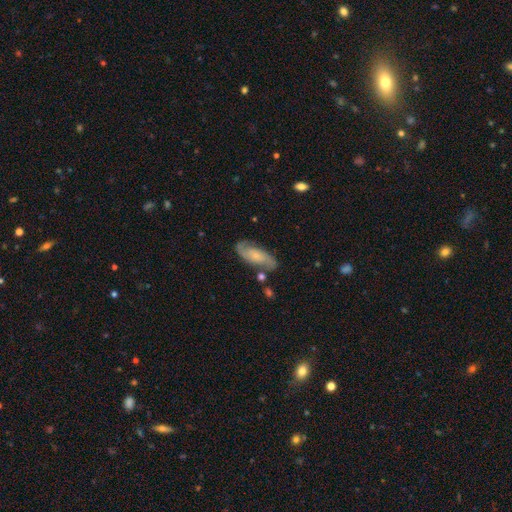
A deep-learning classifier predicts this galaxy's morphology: type=featured or disk (67%); edge-on=no (90%); bar=no (63%); spiral arms=yes (91%); winding=medium (44%); arm count=2 (85%); bulge=small (62%); merging=none (73%).